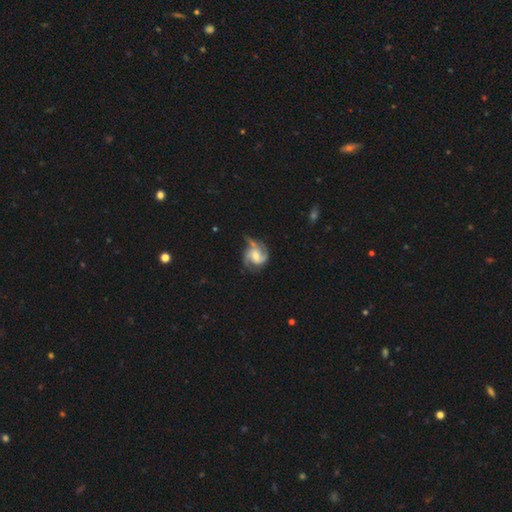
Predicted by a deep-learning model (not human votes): Q: Smooth or featured?
A: featured or disk (86%); runner-up: smooth (9%)
Q: Edge-on disk?
A: no (98%); runner-up: yes (2%)
Q: Bar?
A: no (48%); runner-up: weak (41%)
Q: Spiral arms?
A: yes (97%); runner-up: no (3%)
Q: Spiral winding?
A: medium (50%); runner-up: tight (34%)
Q: Spiral arm count?
A: 2 (44%); runner-up: 3 (37%)
Q: Bulge size?
A: moderate (58%); runner-up: small (32%)
Q: Merging?
A: none (56%); runner-up: minor disturbance (25%)